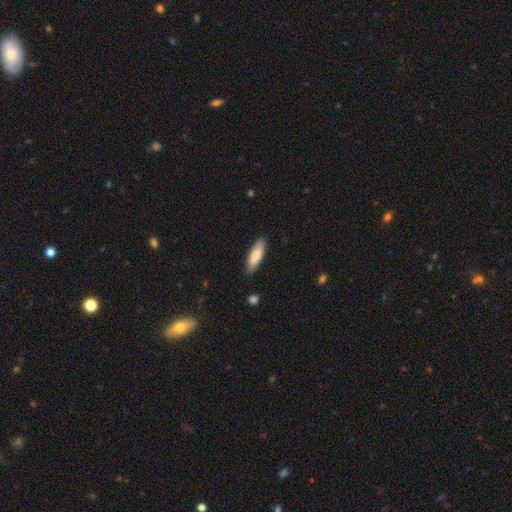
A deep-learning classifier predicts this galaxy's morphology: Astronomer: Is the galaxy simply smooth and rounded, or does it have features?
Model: smooth — 76%.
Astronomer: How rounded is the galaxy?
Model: in between — 54% (runner-up: cigar-shaped, 44%).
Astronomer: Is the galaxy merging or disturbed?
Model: none — 88%.